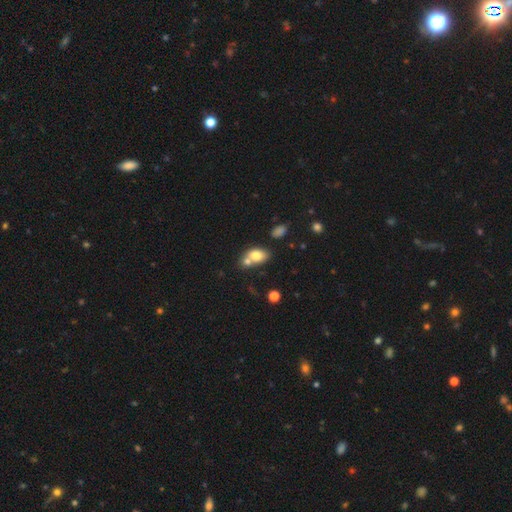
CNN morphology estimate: Smooth or featured?
  - smooth: 75% *
  - featured or disk: 16%
  - star or artifact: 9%
How rounded?
  - in between: 78% *
  - round: 20%
  - cigar-shaped: 2%
Merging?
  - merger: 50% *
  - none: 34%
  - minor disturbance: 11%
  - major disturbance: 5%